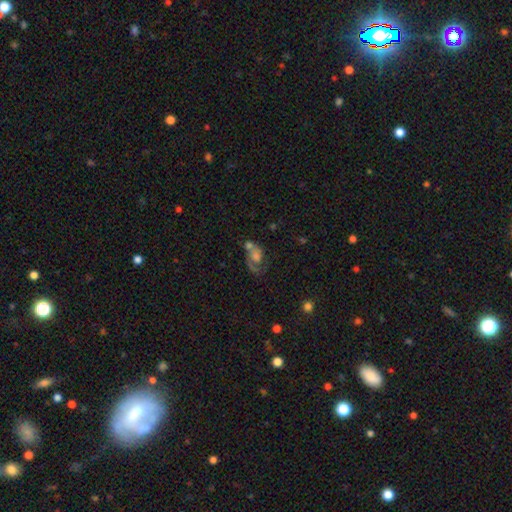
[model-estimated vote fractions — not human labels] This appears to be a featured or disk galaxy (55%) with no bar (78%), spiral arms (71%) and a moderate central bulge (32%). Merging: merger (36%).